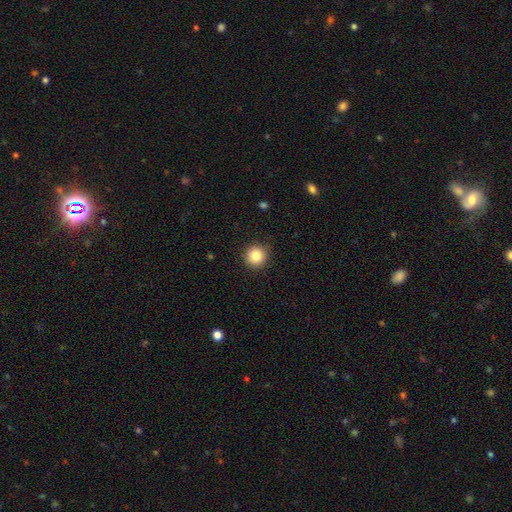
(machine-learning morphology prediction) Smooth or featured: smooth — 85% (star or artifact — 10%)
How rounded: round — 94% (in between — 5%)
Merging: none — 90% (minor disturbance — 7%)